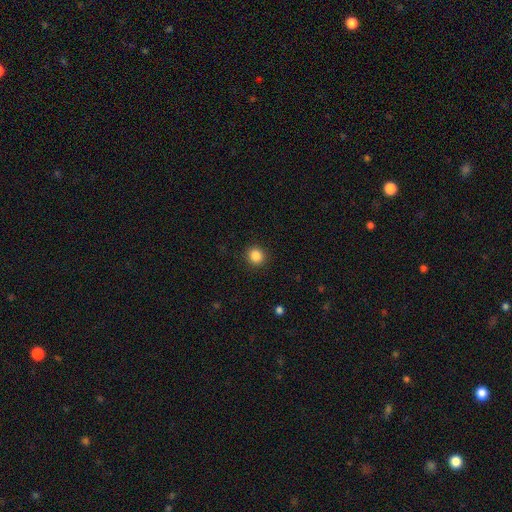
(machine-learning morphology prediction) Smooth or featured? smooth (86%)
How rounded? round (90%)
Merging? none (92%)